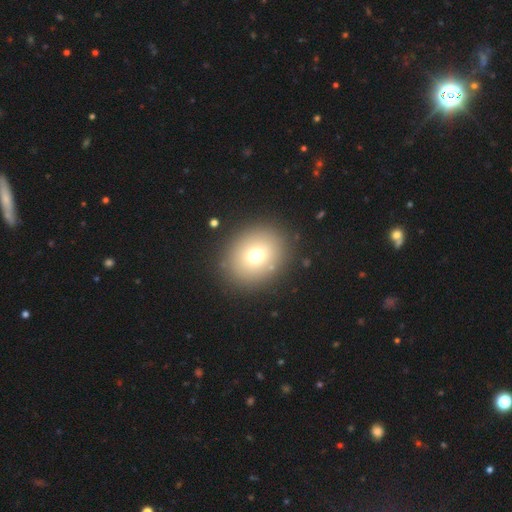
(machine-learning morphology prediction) A smooth galaxy with no disk features (71%) that is round (68%). Merging: none (88%).